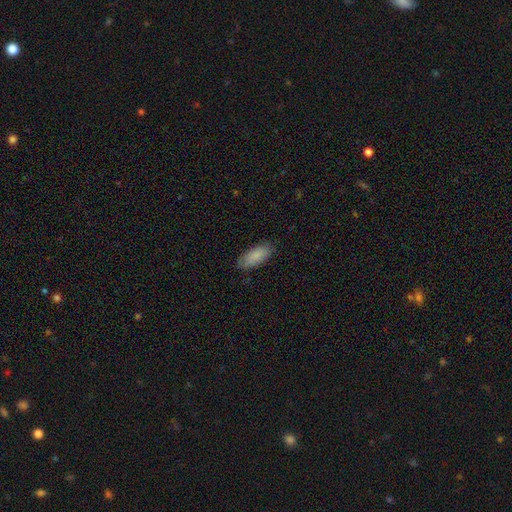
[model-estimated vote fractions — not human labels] Overall: smooth (87%). How rounded: in between (80%). Merging: none (84%).